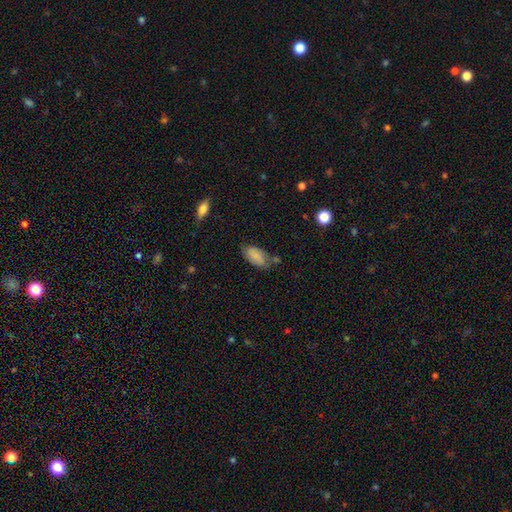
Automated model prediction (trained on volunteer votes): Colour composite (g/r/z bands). It shows a smooth galaxy with no disk features (80%) that is in between round and cigar-shaped (93%). Merging: none (59%).